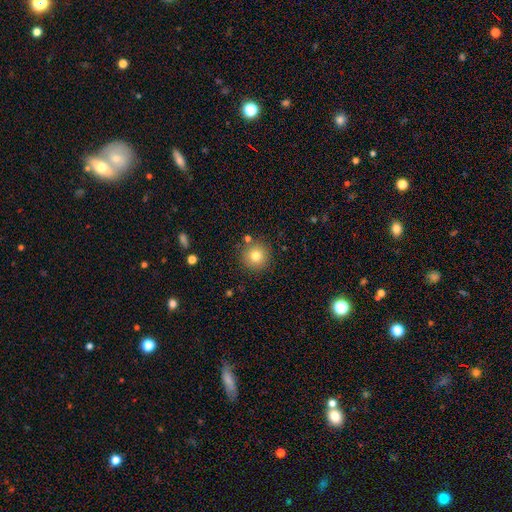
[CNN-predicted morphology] The model was most divided on "smooth or featured": smooth: 79%, star or artifact: 12%, featured or disk: 10%. More confident: how rounded — round (95%); merging — none (85%).